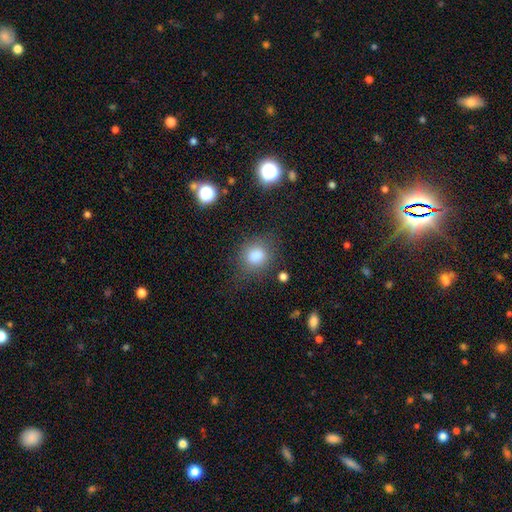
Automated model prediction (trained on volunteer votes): Morphology: type=smooth (82%); roundness=round (64%); merging=none (73%).